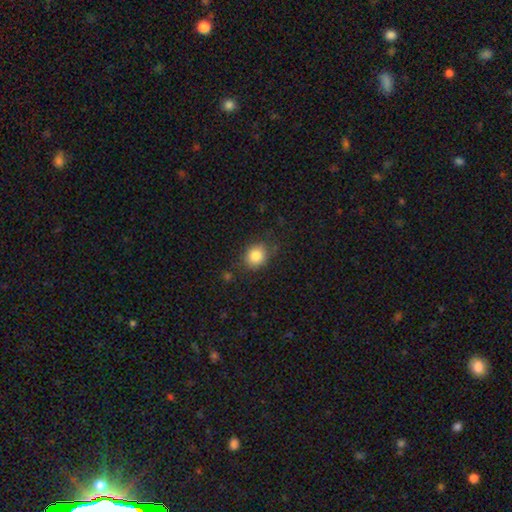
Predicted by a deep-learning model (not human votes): Overall: smooth (84%). How rounded: round (68%; in between 31%). Merging: none (77%).